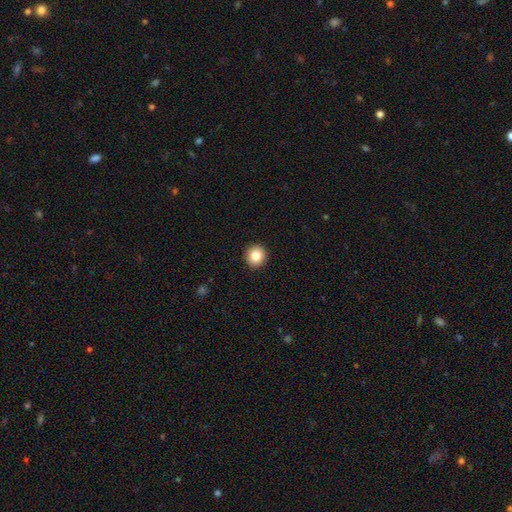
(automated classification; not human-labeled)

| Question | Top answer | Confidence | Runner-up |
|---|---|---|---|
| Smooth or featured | smooth | 84% | star or artifact (10%) |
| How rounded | round | 91% | in between (8%) |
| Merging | none | 93% | minor disturbance (5%) |